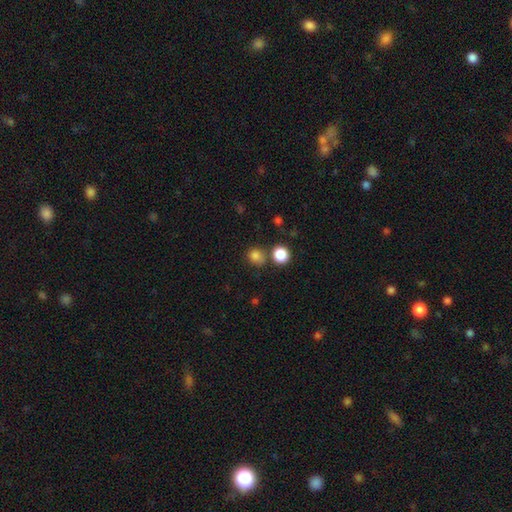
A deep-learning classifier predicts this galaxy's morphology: Smooth or featured: smooth — 81% (star or artifact — 14%)
How rounded: round — 84% (in between — 15%)
Merging: none — 70% (merger — 16%)